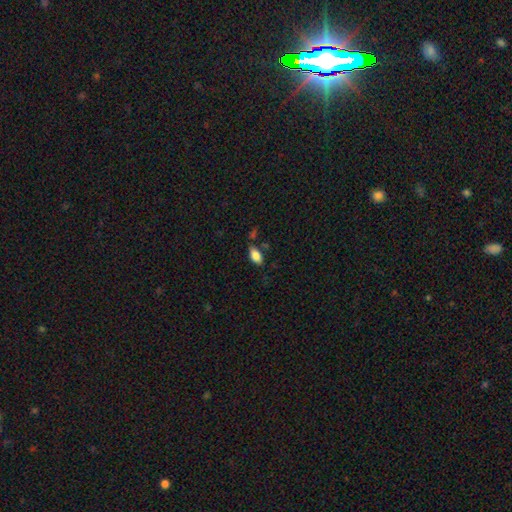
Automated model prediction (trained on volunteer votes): smooth 84%, star or artifact 8%, featured or disk 8%. Down the decision tree: how rounded — in between (92%); merging — none (71%).